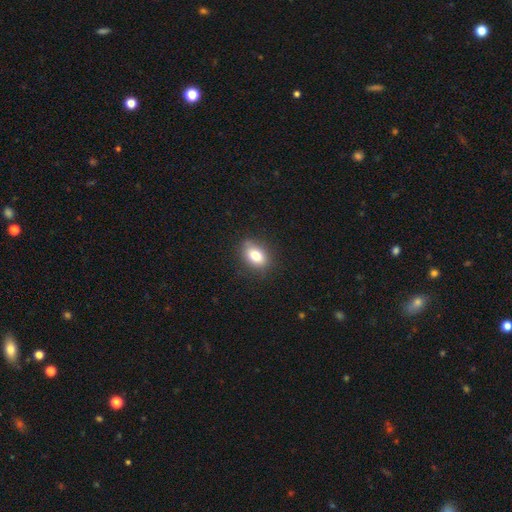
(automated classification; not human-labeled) smooth_or_featured: smooth (p=0.79) [alt: featured or disk p=0.11]
how_rounded: in between (p=0.80) [alt: round p=0.18]
merging: none (p=0.83) [alt: minor disturbance p=0.13]